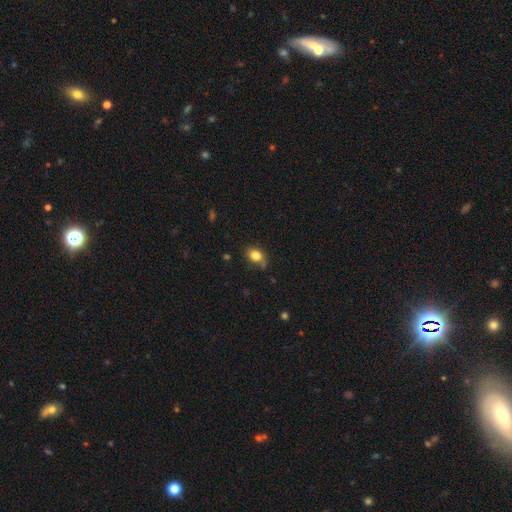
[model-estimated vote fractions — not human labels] This is clearly a smooth galaxy (81%). How rounded: likely in between (62%). Merging: likely none (65%).